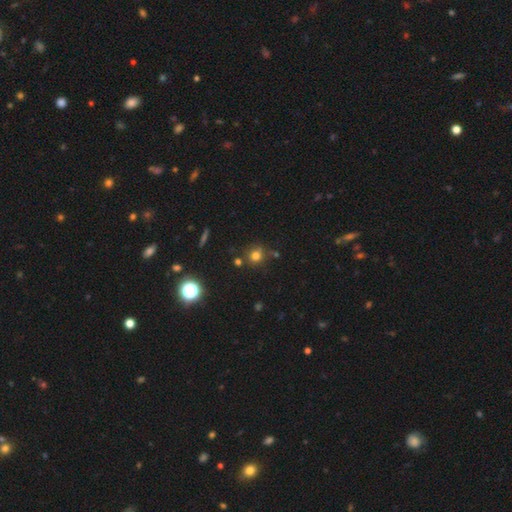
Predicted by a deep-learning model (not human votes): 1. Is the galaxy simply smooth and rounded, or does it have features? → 73% smooth, 19% star or artifact, 8% featured or disk.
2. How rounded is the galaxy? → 84% round, 14% in between, 1% cigar-shaped.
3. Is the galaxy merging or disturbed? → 72% none, 14% minor disturbance, 10% merger, 4% major disturbance.